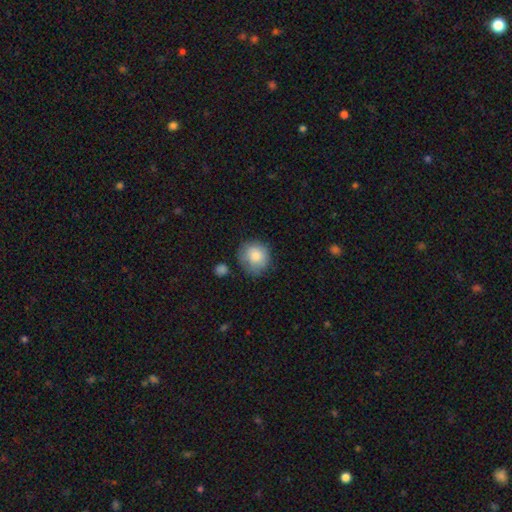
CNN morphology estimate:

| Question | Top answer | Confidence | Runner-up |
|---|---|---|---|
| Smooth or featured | smooth | 81% | featured or disk (12%) |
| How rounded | round | 82% | in between (17%) |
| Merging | none | 67% | minor disturbance (23%) |